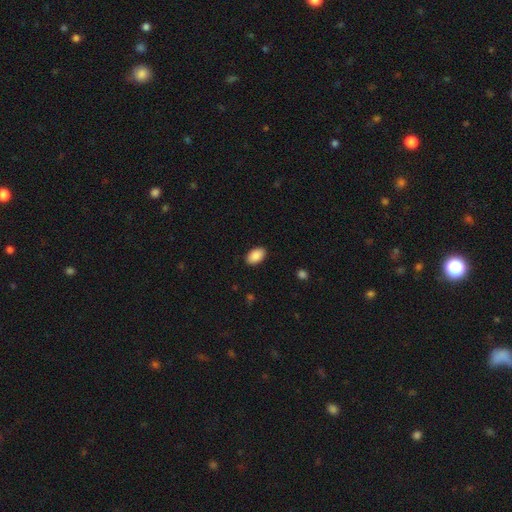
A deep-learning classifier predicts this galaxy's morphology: A smooth galaxy with no disk features (89%) that is in between round and cigar-shaped (93%). Merging: none (89%).